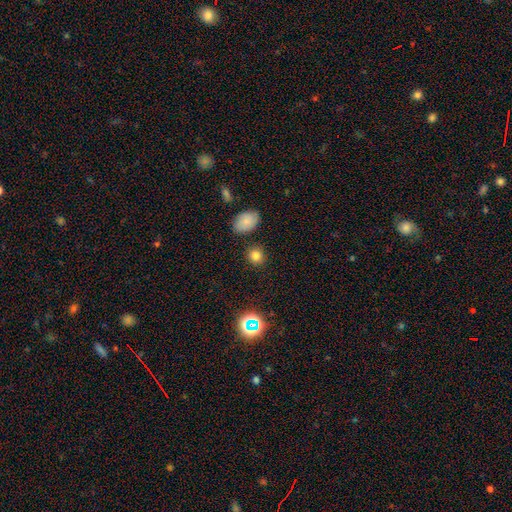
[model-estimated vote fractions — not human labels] Smooth or featured?
  - smooth: 79% *
  - star or artifact: 15%
  - featured or disk: 6%
How rounded?
  - round: 82% *
  - in between: 17%
  - cigar-shaped: 1%
Merging?
  - none: 87% *
  - minor disturbance: 8%
  - merger: 3%
  - major disturbance: 3%